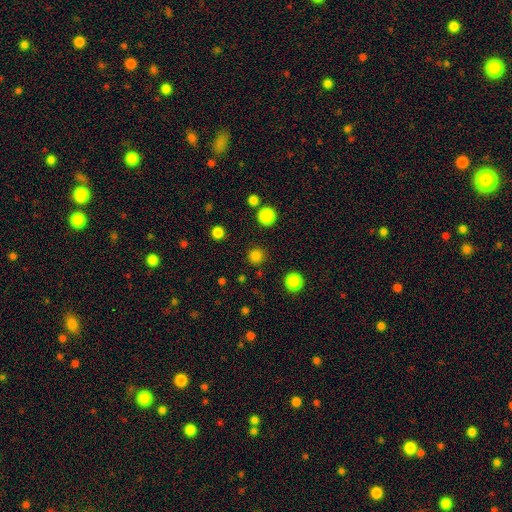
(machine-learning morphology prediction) Smooth or featured: smooth — 81% (star or artifact — 15%)
How rounded: round — 94% (in between — 5%)
Merging: none — 89% (minor disturbance — 6%)